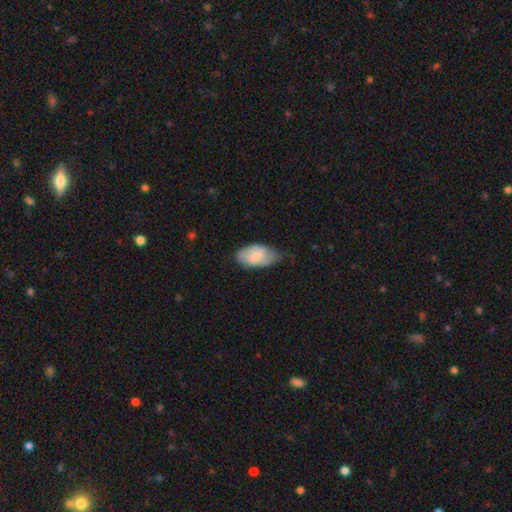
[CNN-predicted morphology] Smooth or featured?
  - smooth: 56% *
  - featured or disk: 38%
  - star or artifact: 6%
How rounded?
  - in between: 94% *
  - round: 3%
  - cigar-shaped: 3%
Merging?
  - none: 58% *
  - minor disturbance: 34%
  - major disturbance: 7%
  - merger: 1%